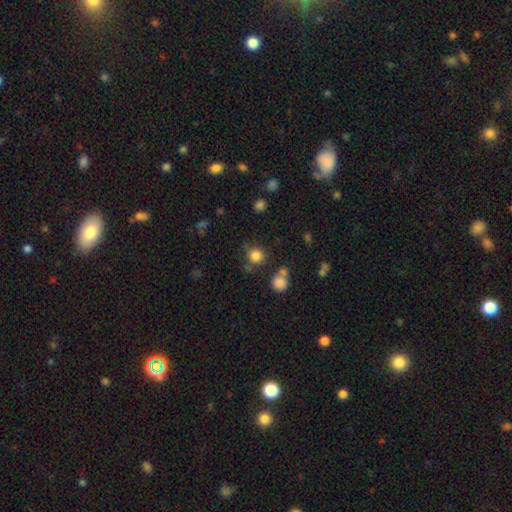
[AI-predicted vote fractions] A smooth galaxy with no disk features (82%) that is round (90%). Merging: none (74%).